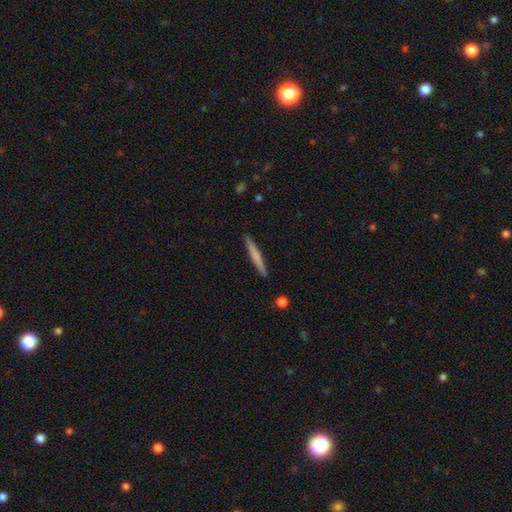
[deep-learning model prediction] smooth-or-featured: smooth: 64% | featured or disk: 31% | star or artifact: 6%
  how-rounded: cigar-shaped: 96% | in between: 3% | round: 1%
  merging: none: 91% | minor disturbance: 6% | major disturbance: 1% | merger: 1%